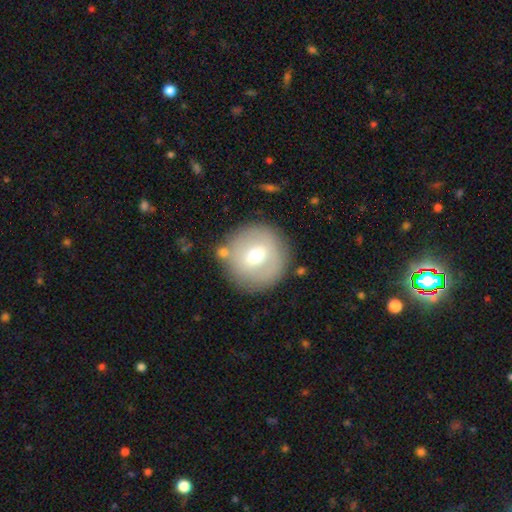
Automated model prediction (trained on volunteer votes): Smooth or featured?
  - smooth: 60% *
  - featured or disk: 32%
  - star or artifact: 8%
How rounded?
  - round: 94% *
  - in between: 5%
  - cigar-shaped: 1%
Merging?
  - none: 81% *
  - minor disturbance: 10%
  - merger: 5%
  - major disturbance: 4%